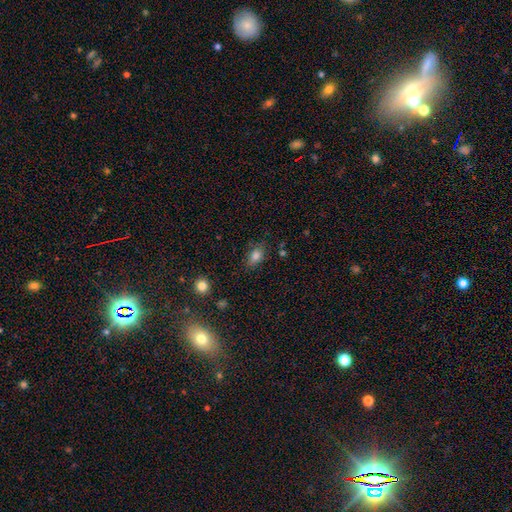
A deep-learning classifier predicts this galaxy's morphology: Smooth or featured? Predicted: smooth (p=0.82). How rounded? Predicted: in between (p=0.84). Merging? Predicted: none (p=0.77).